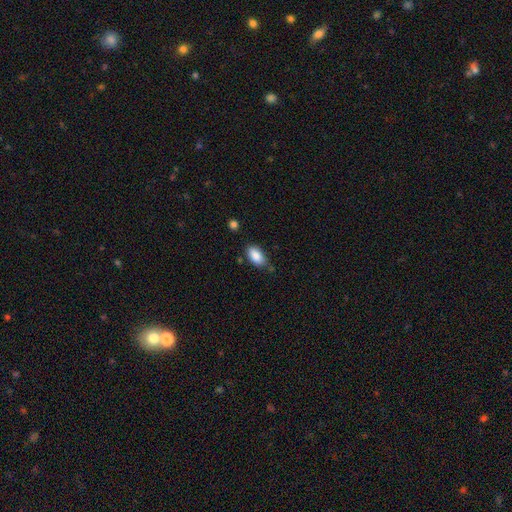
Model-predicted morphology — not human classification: Overall: smooth (88%). How rounded: in between (93%). Merging: none (72%).